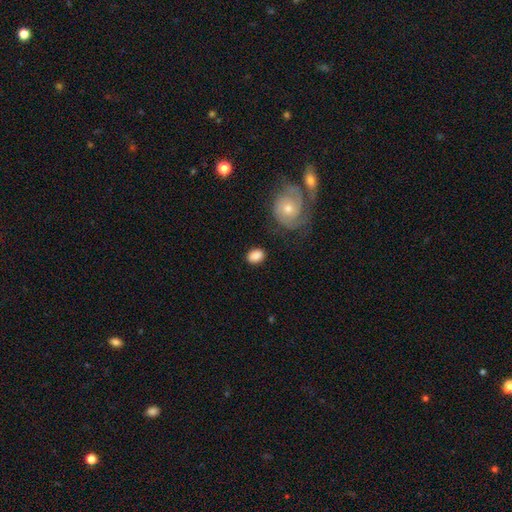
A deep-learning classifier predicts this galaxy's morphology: smooth 83%, featured or disk 10%, star or artifact 7%. Down the decision tree: how rounded — in between (71%); merging — none (76%).